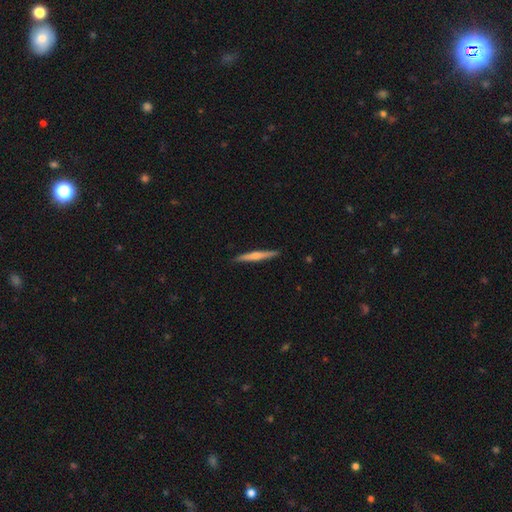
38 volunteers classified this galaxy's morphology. This is likely a featured or disk galaxy (63%). It is clearly viewed edge-on (100%). Edge-on bulge: clearly rounded (88%). Merging: clearly none (83%).